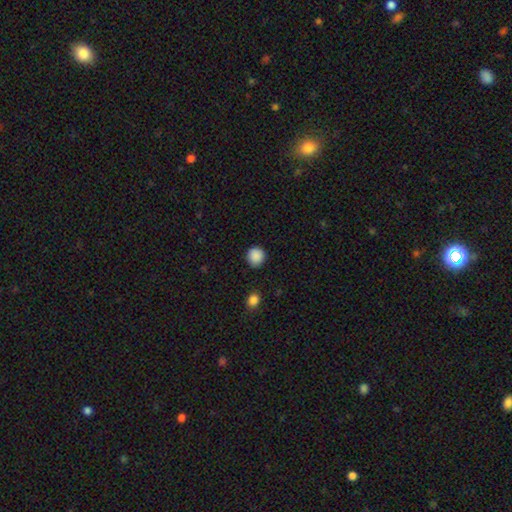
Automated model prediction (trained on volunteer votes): Smooth or featured? Predicted: smooth (p=0.88). How rounded? Predicted: round (p=0.92). Merging? Predicted: none (p=0.88).